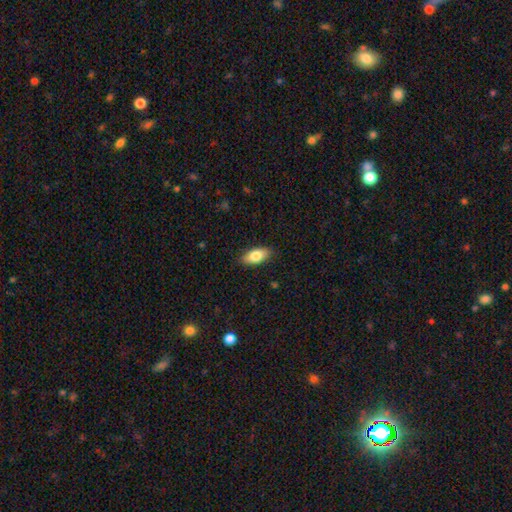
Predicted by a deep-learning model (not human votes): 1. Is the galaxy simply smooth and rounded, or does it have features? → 81% smooth, 12% featured or disk, 6% star or artifact.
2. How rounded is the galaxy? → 86% in between, 11% cigar-shaped, 3% round.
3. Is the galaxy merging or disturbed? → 87% none, 10% minor disturbance, 2% major disturbance, 1% merger.